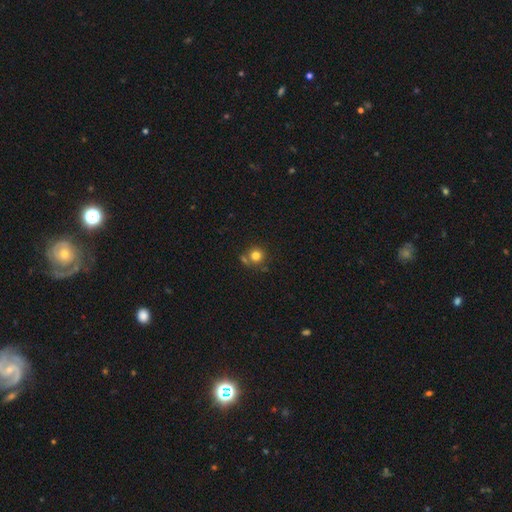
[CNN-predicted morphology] Overall: smooth (79%). How rounded: round (92%). Merging: none (65%).